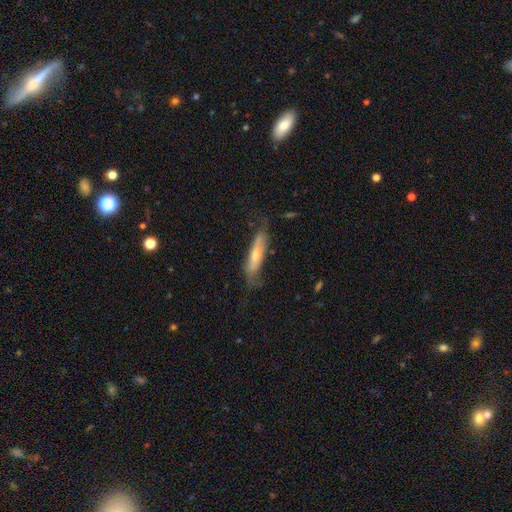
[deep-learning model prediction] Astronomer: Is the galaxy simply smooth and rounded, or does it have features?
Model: smooth — 48% (runner-up: featured or disk, 46%).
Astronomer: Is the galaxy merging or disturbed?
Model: none — 60%.